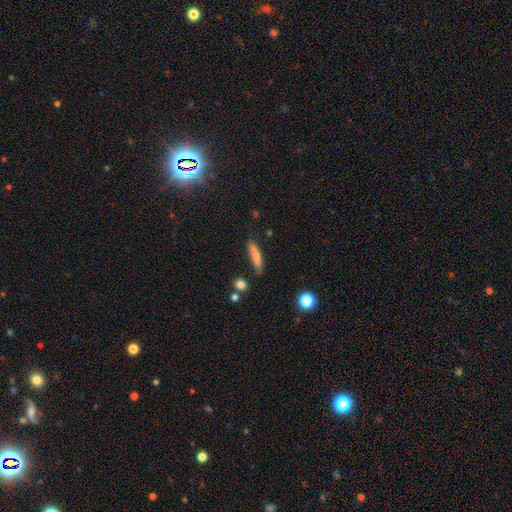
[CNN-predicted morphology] This appears to be a smooth galaxy with no disk features (77%) that is cigar-shaped (81%). Merging: none (78%).